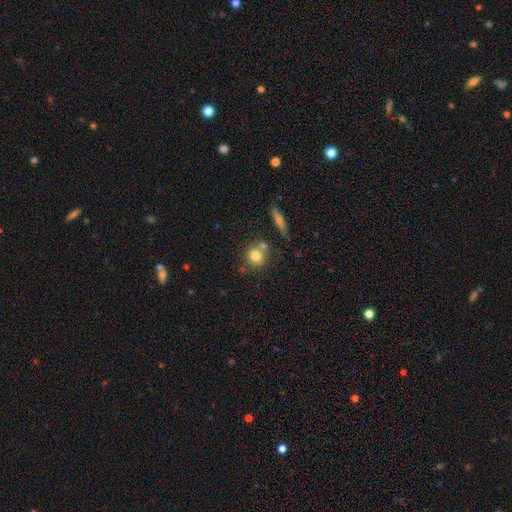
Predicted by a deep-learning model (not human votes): Smooth or featured? Predicted: smooth (p=0.78). How rounded? Predicted: round (p=0.80). Merging? Predicted: none (p=0.62).